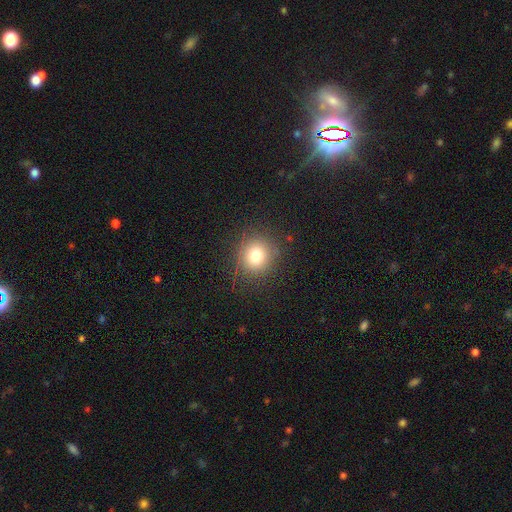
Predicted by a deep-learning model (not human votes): Q: Smooth or featured?
A: smooth (76%); runner-up: star or artifact (14%)
Q: How rounded?
A: round (88%); runner-up: in between (11%)
Q: Merging?
A: none (85%); runner-up: minor disturbance (10%)